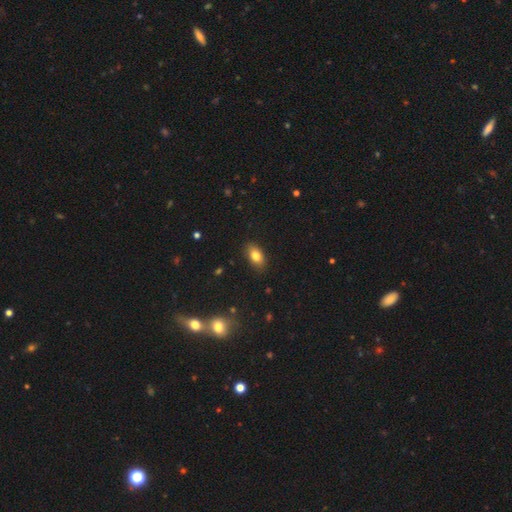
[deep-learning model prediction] This is clearly a smooth galaxy (80%). How rounded: clearly in between (87%). Merging: clearly none (86%).